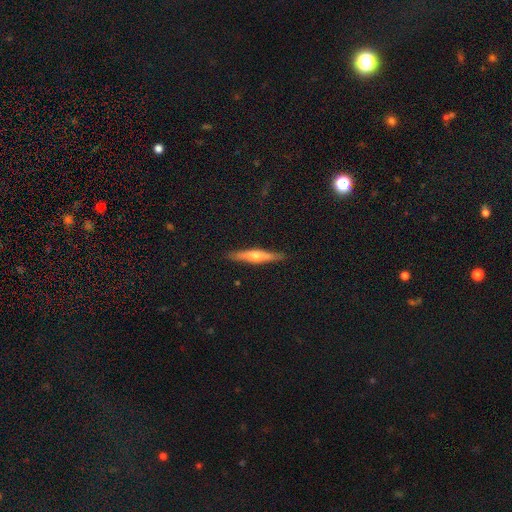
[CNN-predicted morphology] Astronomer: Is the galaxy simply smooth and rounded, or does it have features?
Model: featured or disk — 61%.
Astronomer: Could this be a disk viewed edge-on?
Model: yes — 96%.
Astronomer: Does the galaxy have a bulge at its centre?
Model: rounded — 90%.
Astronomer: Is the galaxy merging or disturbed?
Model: none — 90%.